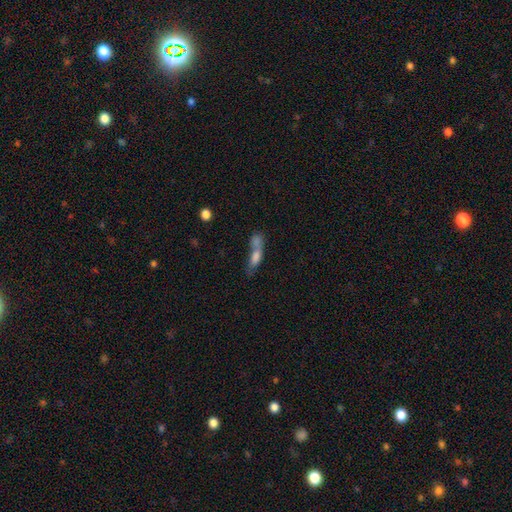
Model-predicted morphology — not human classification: A smooth galaxy with no disk features (61%) that is cigar-shaped (49%).

Vote fractions:
- Smooth or featured? smooth: 61% / featured or disk: 27% / star or artifact: 12%
- How rounded? cigar-shaped: 49% / in between: 45% / round: 7%
- Merging? merger: 55% / none: 25% / minor disturbance: 11% / major disturbance: 9%